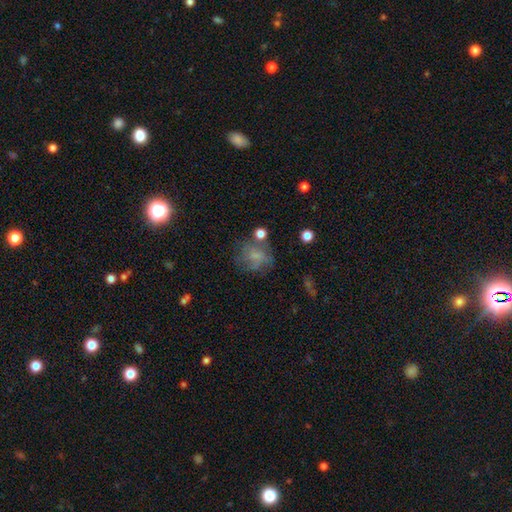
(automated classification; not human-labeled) A smooth galaxy with no disk features (48%).

Vote fractions:
- Smooth or featured? smooth: 48% / featured or disk: 36% / star or artifact: 16%
- Merging? none: 52% / minor disturbance: 21% / major disturbance: 20% / merger: 7%